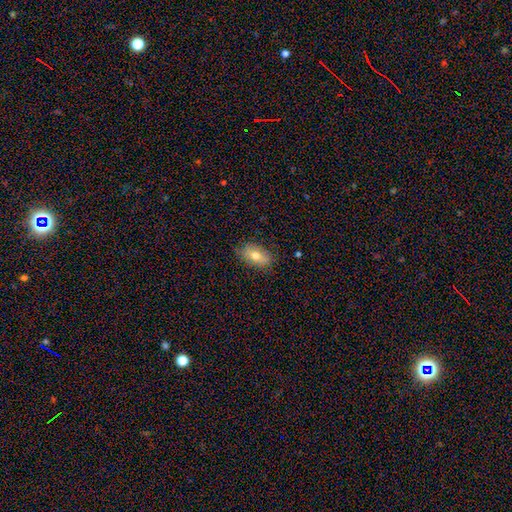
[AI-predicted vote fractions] smooth 69%, featured or disk 22%, star or artifact 8%. Down the decision tree: how rounded — in between (89%); merging — none (80%).